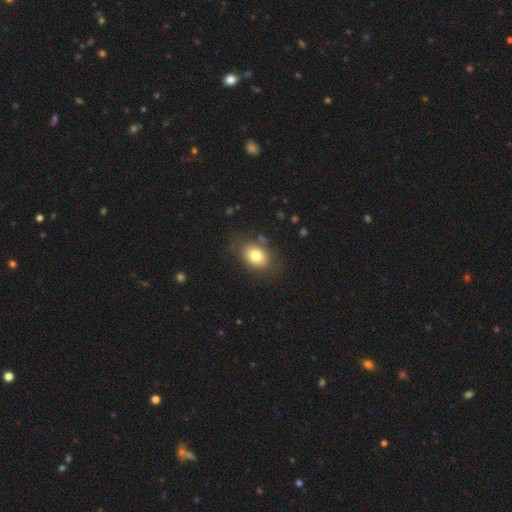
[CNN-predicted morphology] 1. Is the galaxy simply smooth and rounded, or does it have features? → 79% smooth, 12% featured or disk, 9% star or artifact.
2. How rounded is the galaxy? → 70% in between, 29% round, 1% cigar-shaped.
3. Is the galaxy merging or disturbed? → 76% none, 16% minor disturbance, 6% major disturbance, 2% merger.